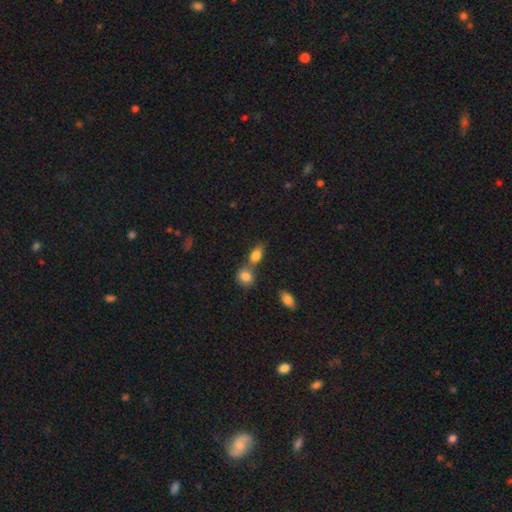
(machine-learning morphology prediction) smooth_or_featured: smooth (p=0.80) [alt: featured or disk p=0.11]
how_rounded: in between (p=0.78) [alt: round p=0.14]
merging: none (p=0.45) [alt: merger p=0.41]